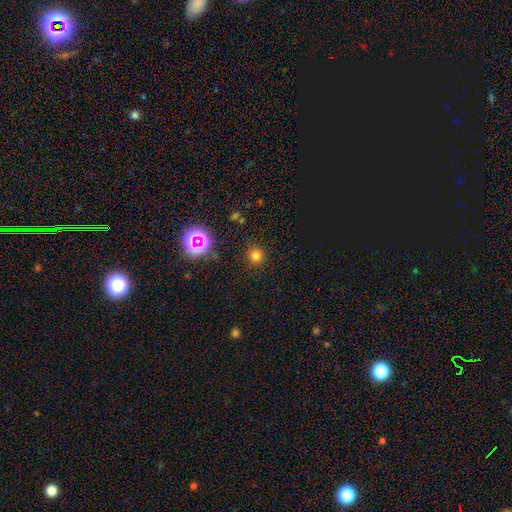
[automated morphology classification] The model was most divided on "smooth or featured": smooth: 73%, star or artifact: 22%, featured or disk: 5%. More confident: how rounded — round (93%); merging — none (89%).